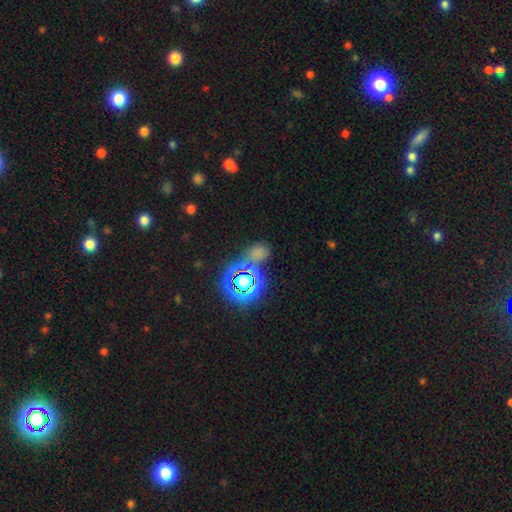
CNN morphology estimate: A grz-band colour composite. It shows a smooth galaxy with no disk features (47%). Merging: none (55%).